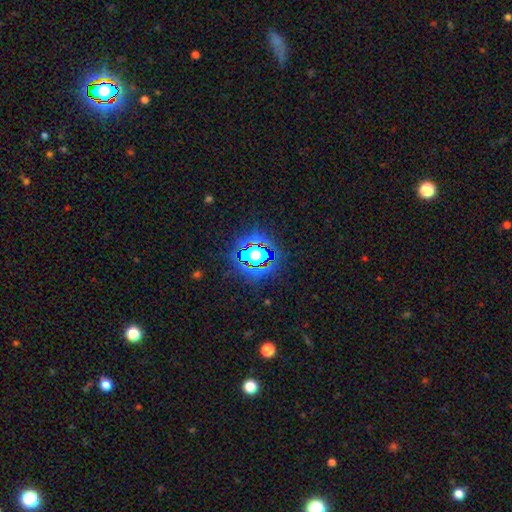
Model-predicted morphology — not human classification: The model was most divided on "smooth or featured": star or artifact: 81%, smooth: 11%, featured or disk: 8%.